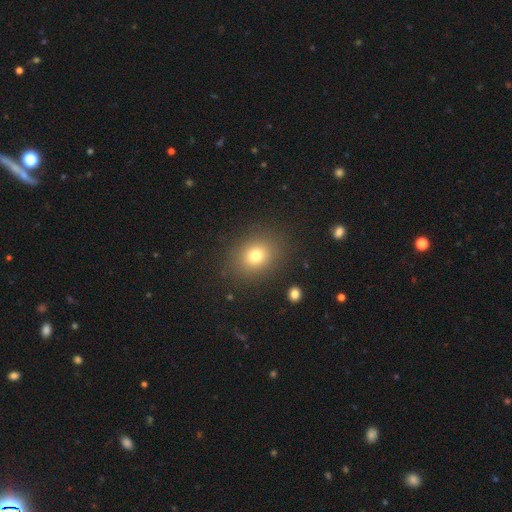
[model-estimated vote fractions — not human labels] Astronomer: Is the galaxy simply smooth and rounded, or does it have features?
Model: smooth — 75%.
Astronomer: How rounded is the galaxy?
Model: round — 64%.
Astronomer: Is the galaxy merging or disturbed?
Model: none — 86%.